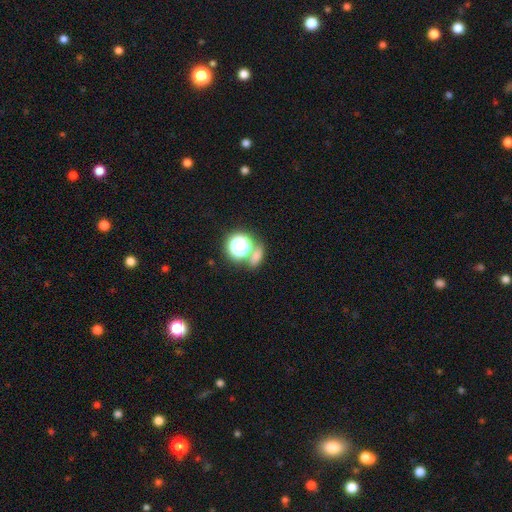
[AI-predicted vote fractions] Smooth or featured? smooth (62%)
How rounded? round (53%)
Merging? none (61%)